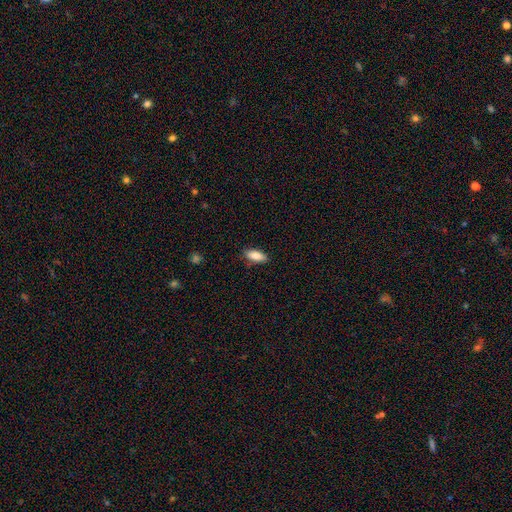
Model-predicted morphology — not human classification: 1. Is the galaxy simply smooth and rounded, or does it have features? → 86% smooth, 7% featured or disk, 7% star or artifact.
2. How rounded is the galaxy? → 83% in between, 15% cigar-shaped, 2% round.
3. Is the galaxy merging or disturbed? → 82% none, 14% minor disturbance, 3% major disturbance, 1% merger.